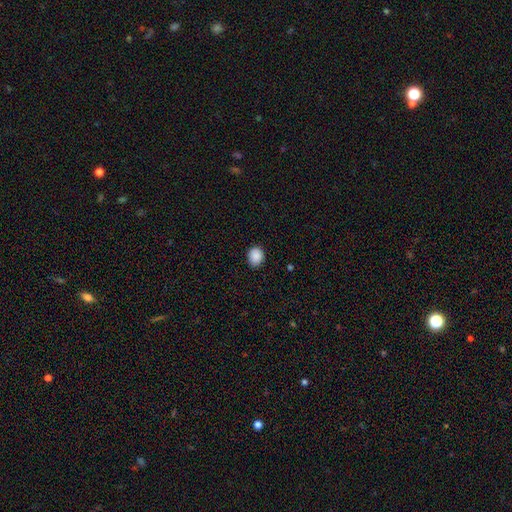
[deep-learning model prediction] smooth 89%, star or artifact 8%, featured or disk 3%. Down the decision tree: how rounded — round (68%); merging — none (87%).